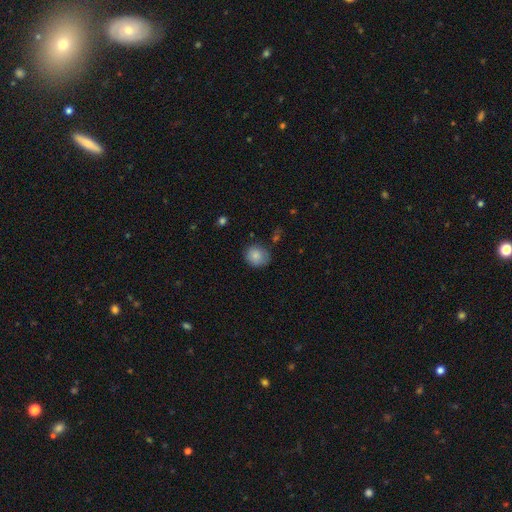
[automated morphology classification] Smooth or featured? smooth (85%)
How rounded? round (77%)
Merging? none (76%)